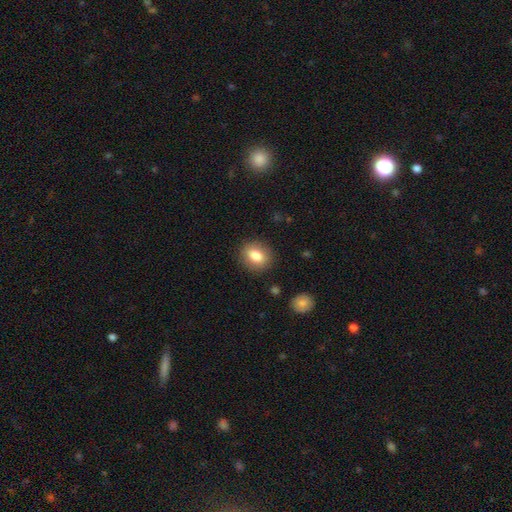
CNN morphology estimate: A smooth galaxy with no disk features (80%) that is in between round and cigar-shaped (50%). Merging: none (87%).